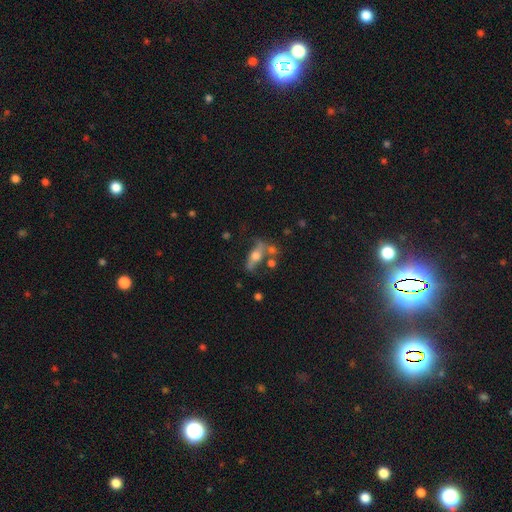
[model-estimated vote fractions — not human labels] Smooth or featured? Predicted: featured or disk (p=0.55). Edge-on disk? Predicted: no (p=0.52). Merging? Predicted: none (p=0.52).